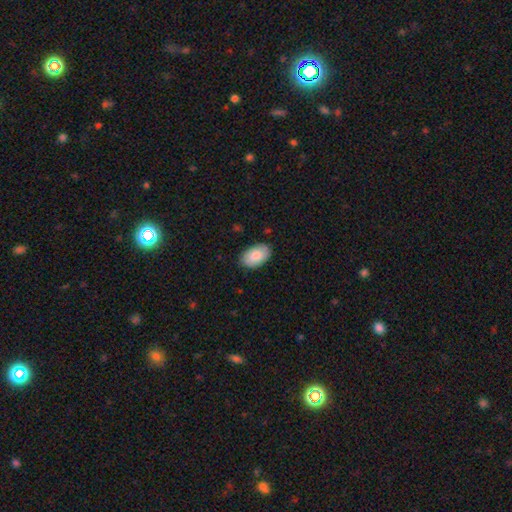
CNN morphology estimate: smooth-or-featured: smooth: 85% | featured or disk: 10% | star or artifact: 6%
  how-rounded: in between: 93% | round: 6% | cigar-shaped: 1%
  merging: none: 85% | minor disturbance: 12% | major disturbance: 2% | merger: 1%